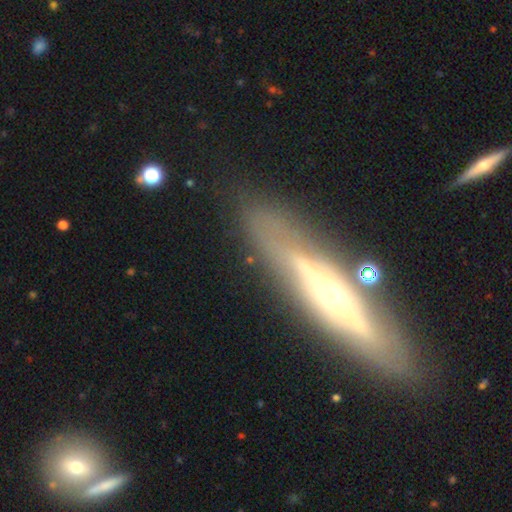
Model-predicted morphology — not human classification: This is likely a featured or disk galaxy (70%). It is likely viewed edge-on (63%). Merging: likely none (79%).